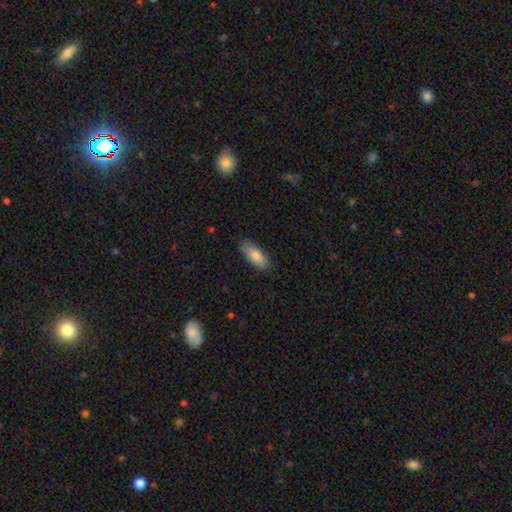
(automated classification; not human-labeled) The model was most divided on "how rounded": in between: 74%, cigar-shaped: 24%, round: 2%. More confident: merging — none (84%); smooth or featured — smooth (81%).